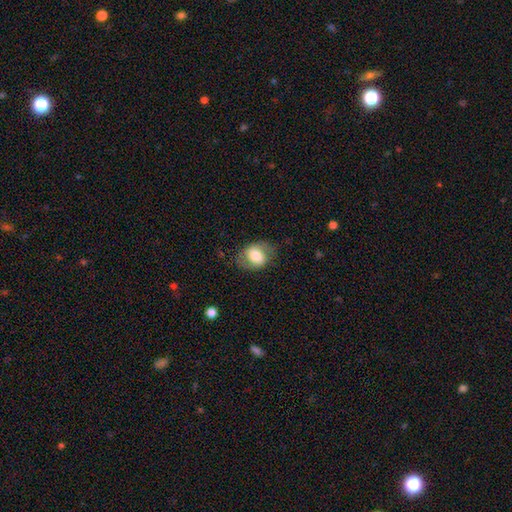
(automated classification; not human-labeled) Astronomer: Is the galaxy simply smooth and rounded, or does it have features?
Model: smooth — 67%.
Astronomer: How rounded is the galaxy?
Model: in between — 66%.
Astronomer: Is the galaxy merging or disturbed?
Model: none — 71%.